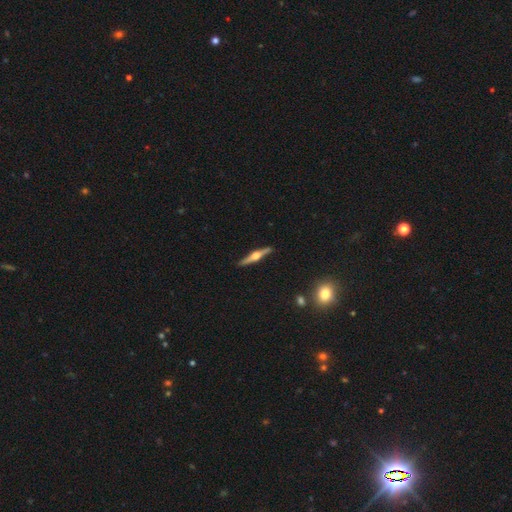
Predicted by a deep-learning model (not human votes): smooth_or_featured: featured or disk (p=0.78) [alt: smooth p=0.17]
disk_edge_on: yes (p=0.98) [alt: no p=0.02]
edge_on_bulge: rounded (p=0.93) [alt: boxy p=0.05]
merging: none (p=0.91) [alt: minor disturbance p=0.06]